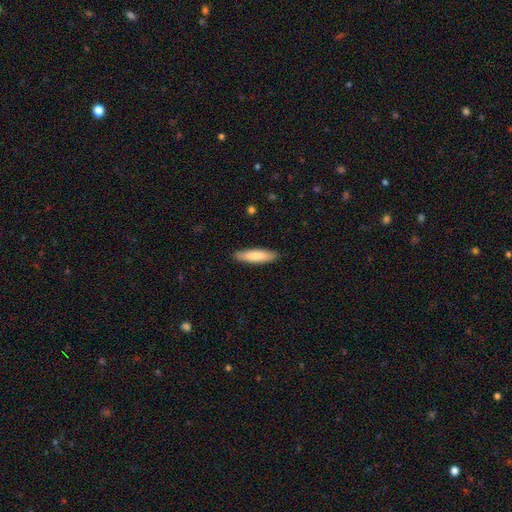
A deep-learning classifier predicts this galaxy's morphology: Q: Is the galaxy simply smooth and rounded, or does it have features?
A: smooth — 83%.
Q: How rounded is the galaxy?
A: cigar-shaped — 72%.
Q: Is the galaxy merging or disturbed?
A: none — 89%.